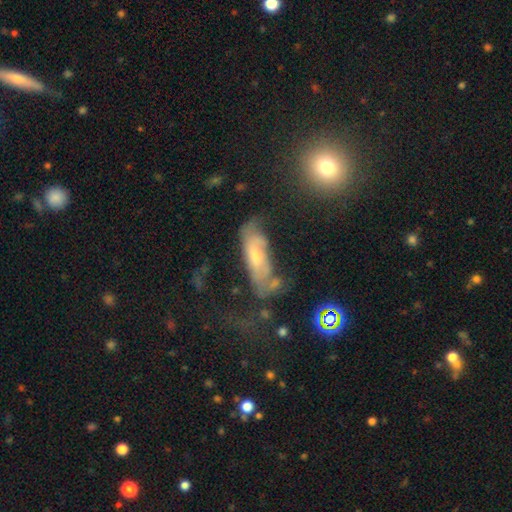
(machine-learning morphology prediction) smooth-or-featured: featured or disk: 56% | smooth: 33% | star or artifact: 11%
  disk-edge-on: no: 81% | yes: 19%
  merging: none: 38% | major disturbance: 27% | minor disturbance: 25% | merger: 10%